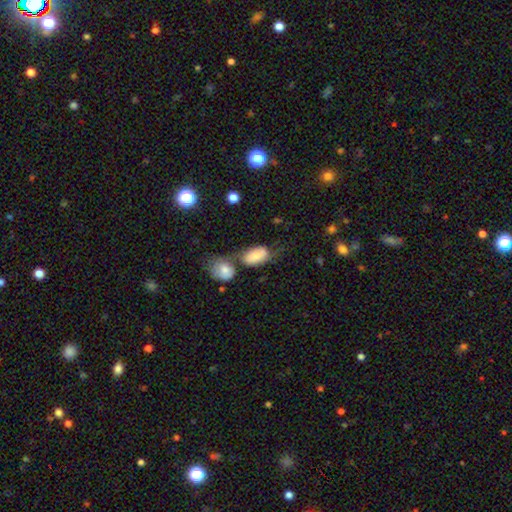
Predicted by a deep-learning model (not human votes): smooth_or_featured: smooth (p=0.74) [alt: featured or disk p=0.19]
how_rounded: in between (p=0.90) [alt: round p=0.08]
merging: merger (p=0.39) [alt: none p=0.32]